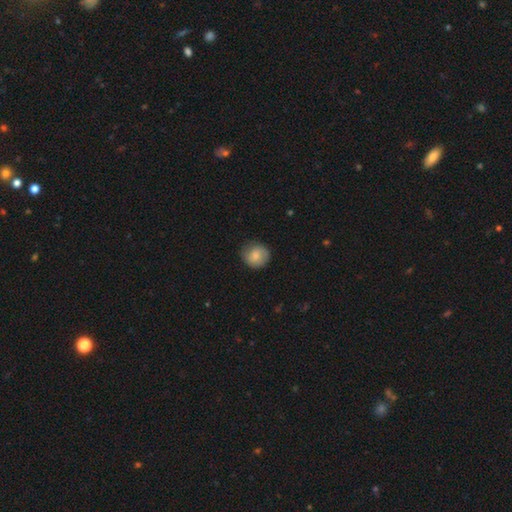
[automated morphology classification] smooth-or-featured: smooth: 82% | featured or disk: 11% | star or artifact: 7%
  how-rounded: round: 87% | in between: 12% | cigar-shaped: 1%
  merging: none: 80% | minor disturbance: 16% | major disturbance: 3% | merger: 1%